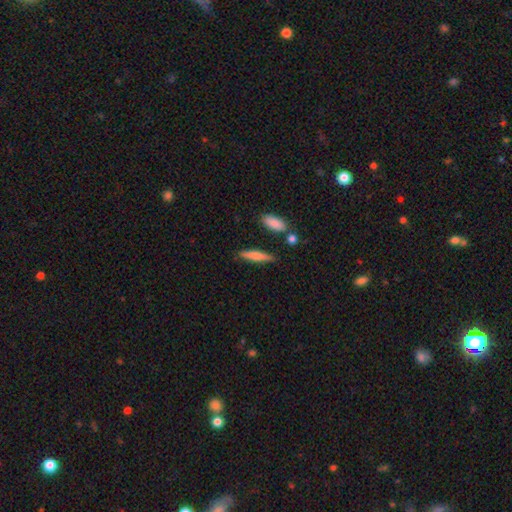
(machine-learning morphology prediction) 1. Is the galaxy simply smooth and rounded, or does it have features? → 70% smooth, 24% featured or disk, 6% star or artifact.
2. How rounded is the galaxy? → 80% cigar-shaped, 17% in between, 2% round.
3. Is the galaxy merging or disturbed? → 82% none, 11% minor disturbance, 5% merger, 3% major disturbance.